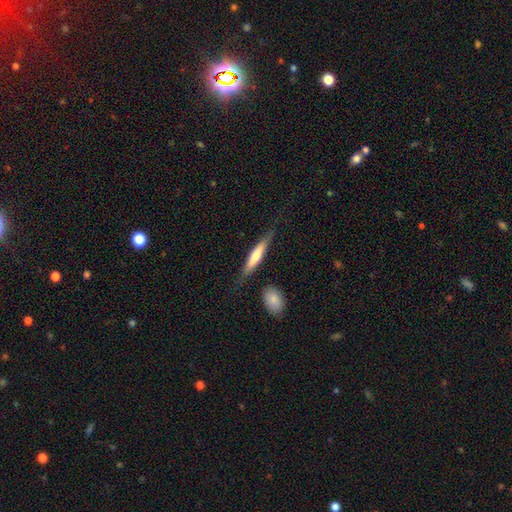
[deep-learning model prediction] The model was most divided on "smooth or featured": smooth: 54%, featured or disk: 40%, star or artifact: 6%. More confident: how rounded — cigar-shaped (85%); merging — none (73%).